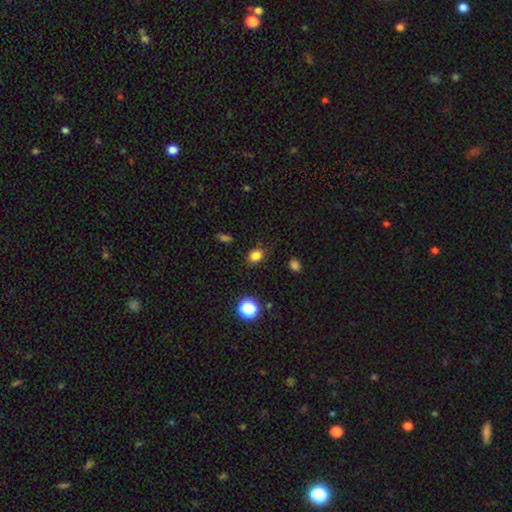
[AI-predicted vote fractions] Morphology: type=smooth (82%); roundness=in between (50%); merging=none (85%).